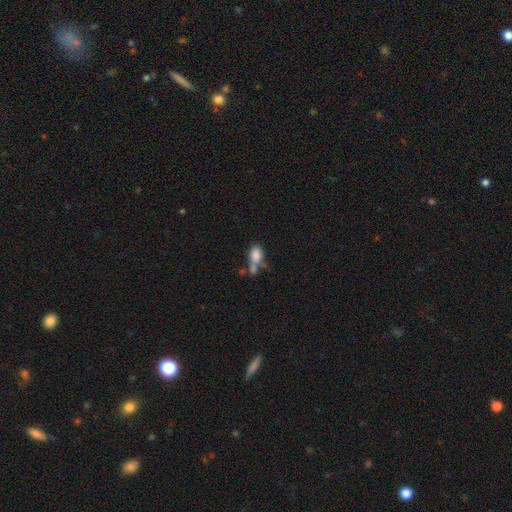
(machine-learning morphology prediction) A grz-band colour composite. It shows a smooth galaxy with no disk features (78%) that is in between round and cigar-shaped (80%). Merging: merger (44%).